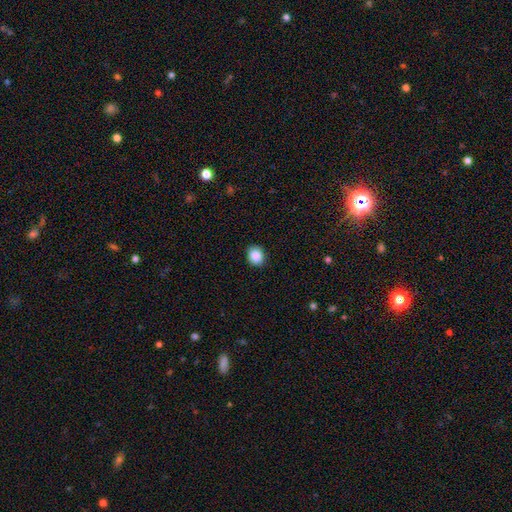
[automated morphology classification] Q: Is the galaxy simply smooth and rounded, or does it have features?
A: smooth — 87%.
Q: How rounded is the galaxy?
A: round — 62%.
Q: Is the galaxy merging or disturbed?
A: none — 90%.